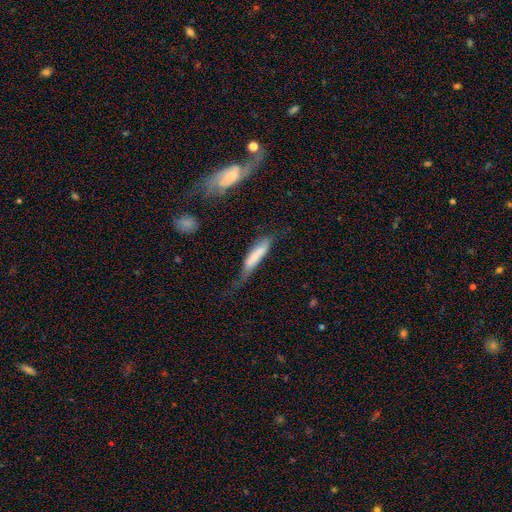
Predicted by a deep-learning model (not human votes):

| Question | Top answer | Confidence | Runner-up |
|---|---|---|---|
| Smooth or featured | smooth | 67% | featured or disk (27%) |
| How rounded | cigar-shaped | 75% | in between (23%) |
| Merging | minor disturbance | 34% | major disturbance (30%) |